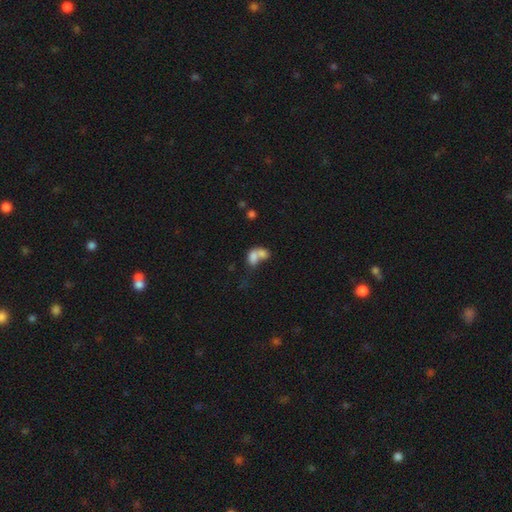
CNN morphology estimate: The model was most divided on "how rounded": in between: 76%, round: 22%, cigar-shaped: 2%. More confident: merging — merger (73%); smooth or featured — smooth (72%).